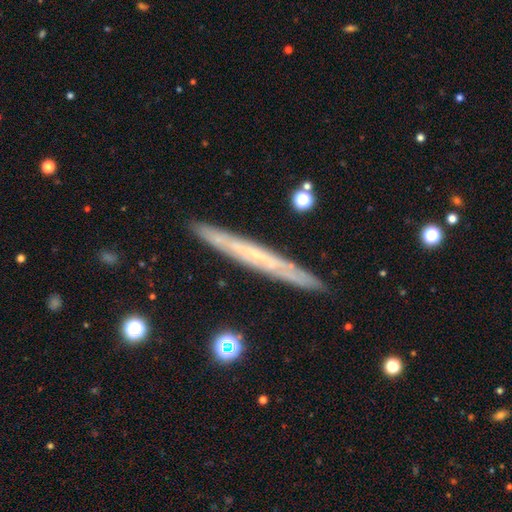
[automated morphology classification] Q: Smooth or featured?
A: featured or disk (58%); runner-up: smooth (35%)
Q: Edge-on disk?
A: yes (92%); runner-up: no (8%)
Q: Edge-on bulge?
A: none (83%); runner-up: rounded (13%)
Q: Merging?
A: none (89%); runner-up: minor disturbance (8%)